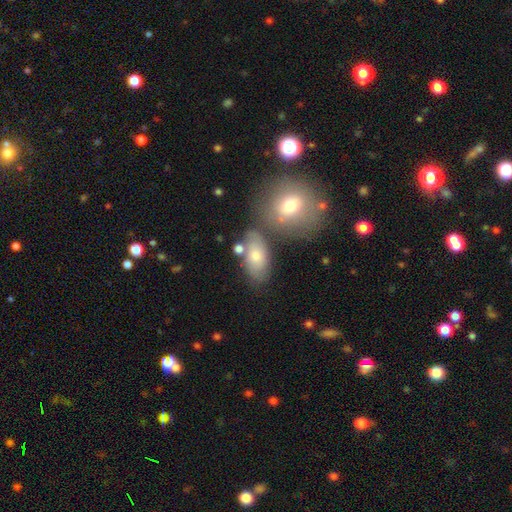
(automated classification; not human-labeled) Morphology: type=smooth (67%); roundness=in between (88%); merging=none (59%).